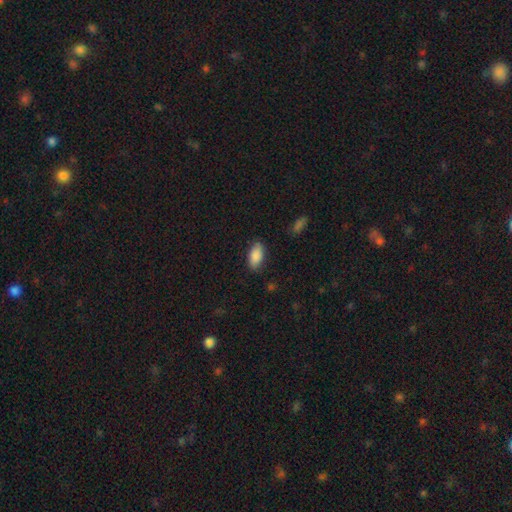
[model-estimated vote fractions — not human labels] Smooth or featured: smooth — 87% (featured or disk — 7%)
How rounded: in between — 91% (cigar-shaped — 6%)
Merging: none — 83% (minor disturbance — 13%)